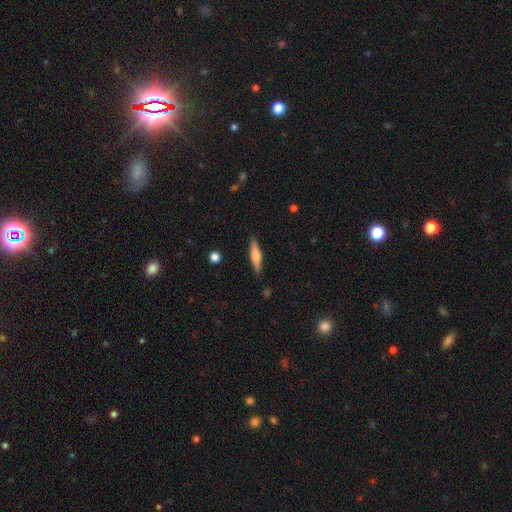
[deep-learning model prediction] A featured or disk galaxy (49%). Merging: none (89%).